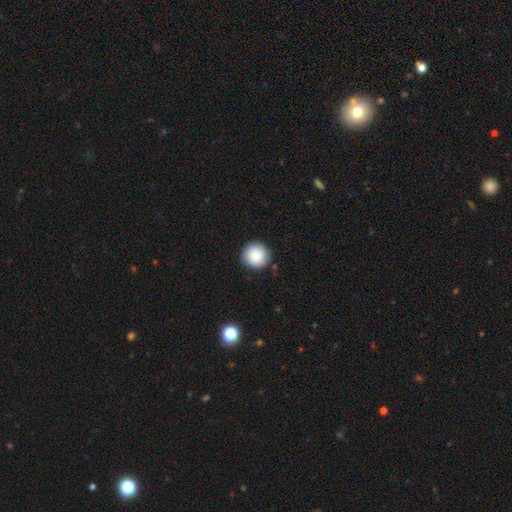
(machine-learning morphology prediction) Overall: smooth (84%). How rounded: round (96%). Merging: none (87%).